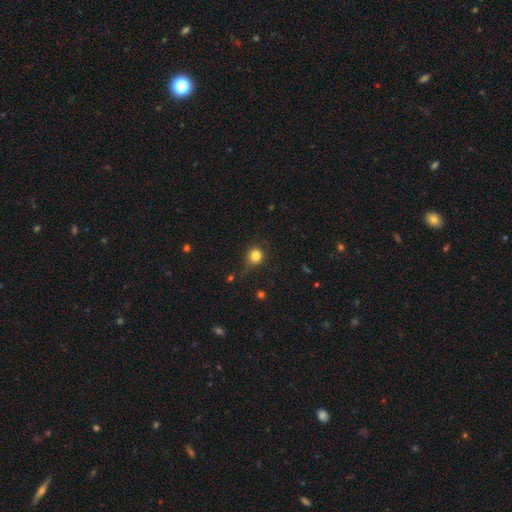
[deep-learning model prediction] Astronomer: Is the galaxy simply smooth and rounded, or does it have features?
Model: smooth — 81%.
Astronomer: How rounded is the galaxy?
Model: round — 86%.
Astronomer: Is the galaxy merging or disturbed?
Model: none — 68%.